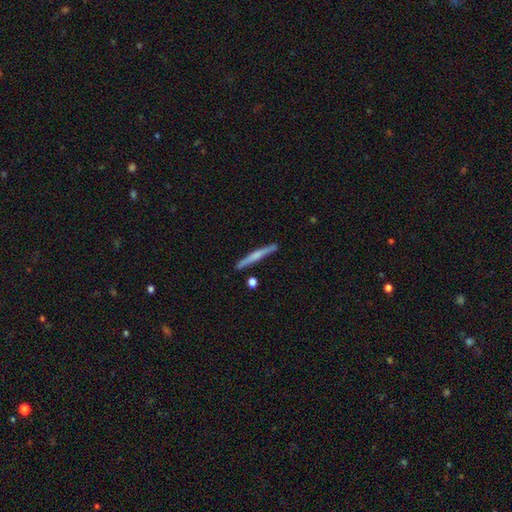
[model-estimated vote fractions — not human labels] Overall: featured or disk (55%; smooth 39%). Edge-on disk: yes (97%). Edge-on bulge: rounded (59%; none 28%). Merging: none (88%).